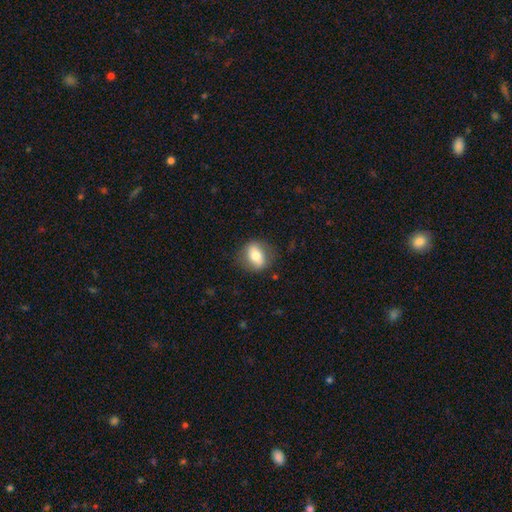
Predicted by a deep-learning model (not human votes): Smooth or featured?
  - smooth: 65% *
  - featured or disk: 28%
  - star or artifact: 7%
How rounded?
  - in between: 61% *
  - round: 36%
  - cigar-shaped: 3%
Merging?
  - none: 79% *
  - minor disturbance: 15%
  - major disturbance: 5%
  - merger: 1%